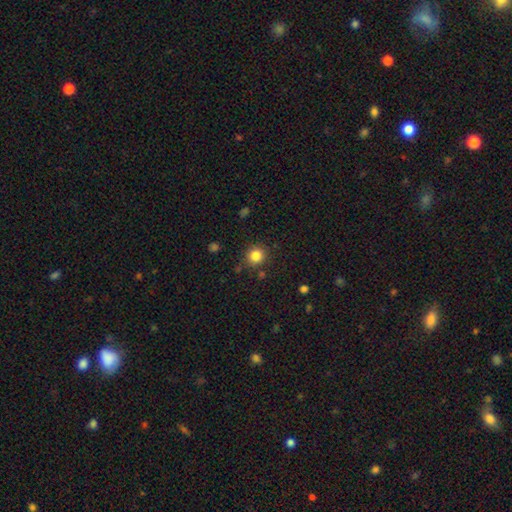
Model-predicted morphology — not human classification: Q: Smooth or featured?
A: smooth (83%); runner-up: star or artifact (12%)
Q: How rounded?
A: round (89%); runner-up: in between (10%)
Q: Merging?
A: none (84%); runner-up: minor disturbance (10%)